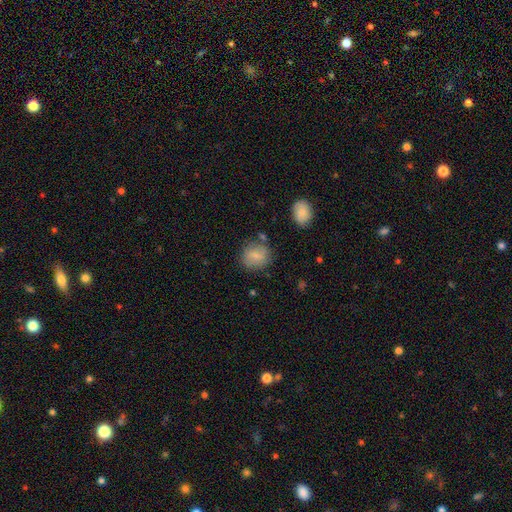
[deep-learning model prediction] Q: Smooth or featured?
A: smooth (76%); runner-up: featured or disk (16%)
Q: How rounded?
A: round (78%); runner-up: in between (21%)
Q: Merging?
A: none (73%); runner-up: minor disturbance (16%)